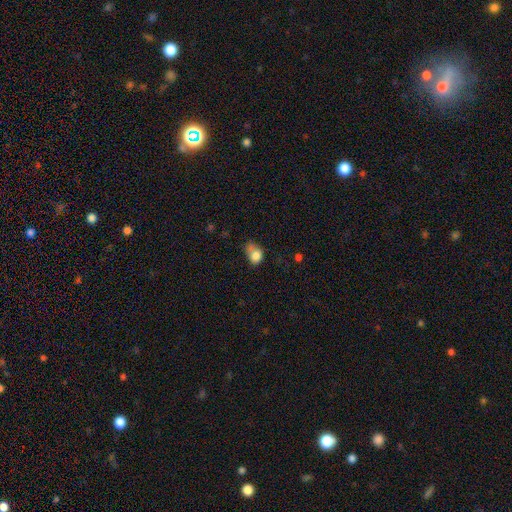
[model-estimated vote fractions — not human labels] Smooth or featured?
  - smooth: 80% *
  - featured or disk: 10%
  - star or artifact: 10%
How rounded?
  - in between: 54% *
  - round: 45%
  - cigar-shaped: 1%
Merging?
  - minor disturbance: 33% *
  - none: 31%
  - major disturbance: 20%
  - merger: 16%